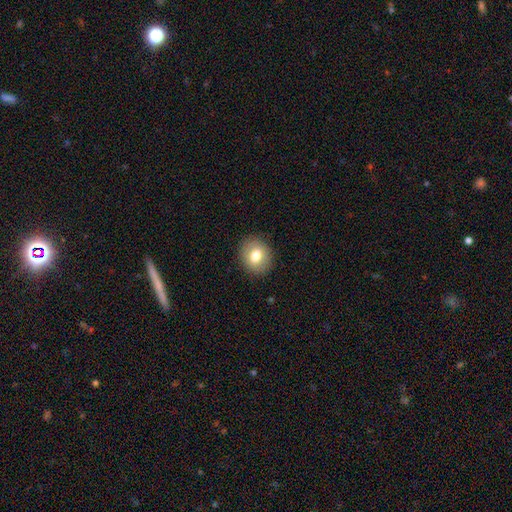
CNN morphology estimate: Overall: smooth (77%). How rounded: round (74%). Merging: none (90%).